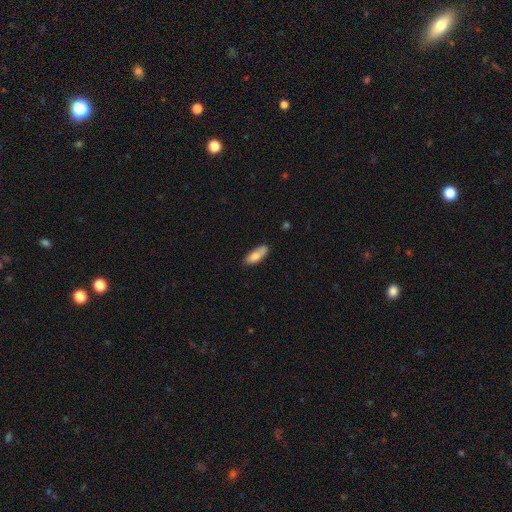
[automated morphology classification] Q: Smooth or featured?
A: smooth (79%); runner-up: featured or disk (15%)
Q: How rounded?
A: in between (70%); runner-up: cigar-shaped (28%)
Q: Merging?
A: none (71%); runner-up: minor disturbance (22%)